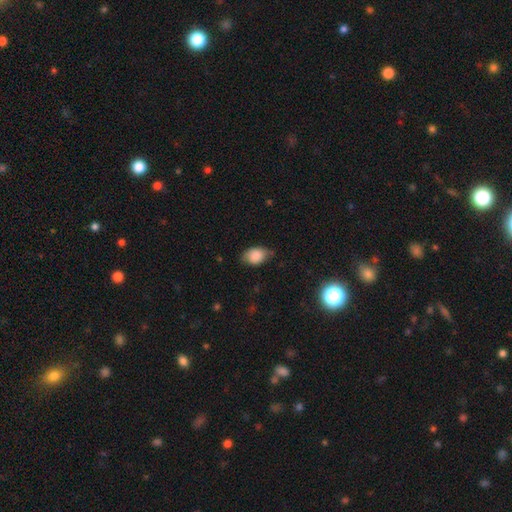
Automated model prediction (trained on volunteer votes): Q: Smooth or featured?
A: smooth (84%); runner-up: featured or disk (8%)
Q: How rounded?
A: in between (82%); runner-up: round (17%)
Q: Merging?
A: none (64%); runner-up: minor disturbance (29%)